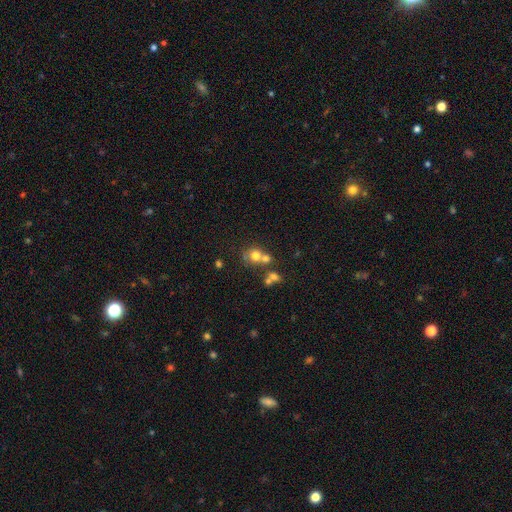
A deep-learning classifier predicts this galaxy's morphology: type=smooth (67%); roundness=round (80%); merging=merger (48%).